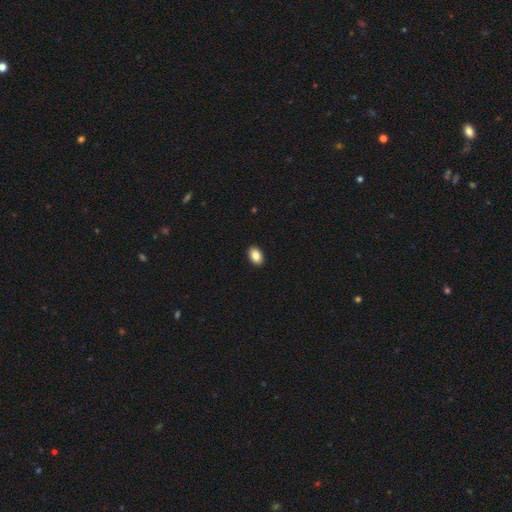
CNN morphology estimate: smooth-or-featured: smooth: 87% | star or artifact: 8% | featured or disk: 5%
  how-rounded: in between: 85% | round: 14% | cigar-shaped: 1%
  merging: none: 92% | minor disturbance: 6% | major disturbance: 2% | merger: 1%